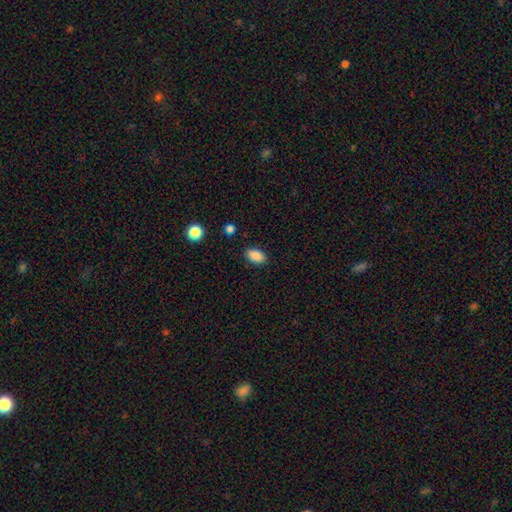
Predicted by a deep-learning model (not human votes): Q: Smooth or featured?
A: smooth (89%); runner-up: star or artifact (8%)
Q: How rounded?
A: in between (91%); runner-up: round (8%)
Q: Merging?
A: none (87%); runner-up: minor disturbance (9%)